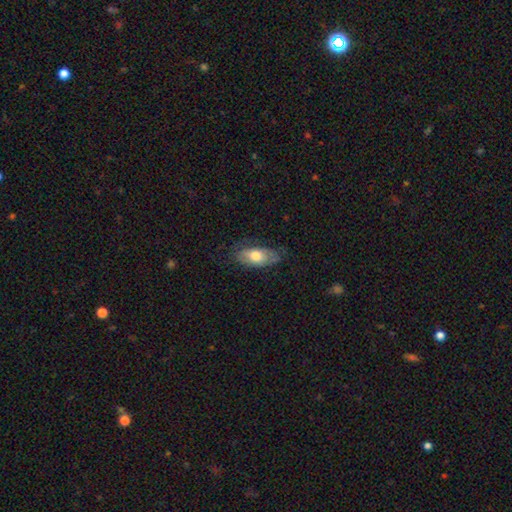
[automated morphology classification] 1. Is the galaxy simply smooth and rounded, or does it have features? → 61% smooth, 33% featured or disk, 6% star or artifact.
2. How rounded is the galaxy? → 89% in between, 8% cigar-shaped, 4% round.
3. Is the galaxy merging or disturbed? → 63% none, 26% minor disturbance, 10% major disturbance, 1% merger.